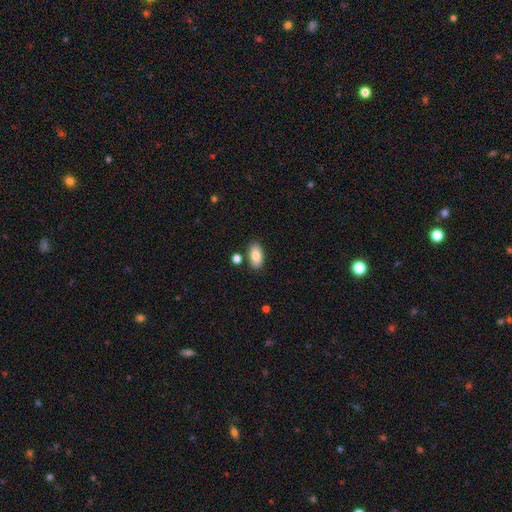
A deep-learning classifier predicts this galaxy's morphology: This is clearly a smooth galaxy (85%). How rounded: clearly in between (93%). Merging: clearly none (82%).